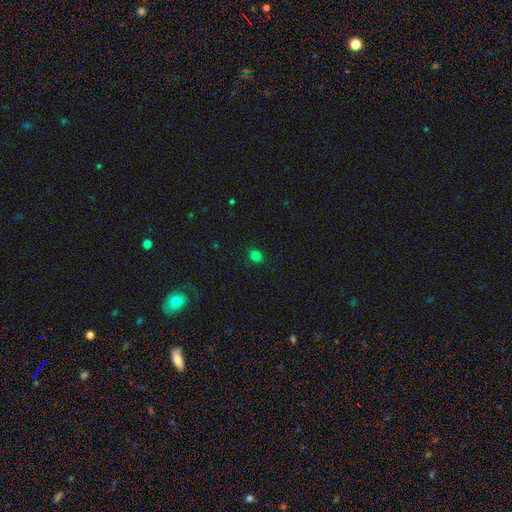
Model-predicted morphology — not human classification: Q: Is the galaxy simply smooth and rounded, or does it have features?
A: smooth — 80%.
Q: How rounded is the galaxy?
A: round — 72%.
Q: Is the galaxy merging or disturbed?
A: none — 89%.